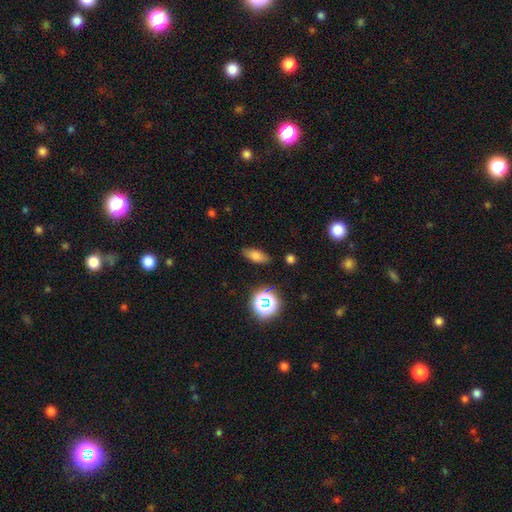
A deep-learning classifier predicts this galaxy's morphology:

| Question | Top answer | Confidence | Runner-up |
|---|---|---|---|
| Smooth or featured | smooth | 74% | star or artifact (15%) |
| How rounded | in between | 73% | cigar-shaped (21%) |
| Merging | none | 84% | minor disturbance (11%) |